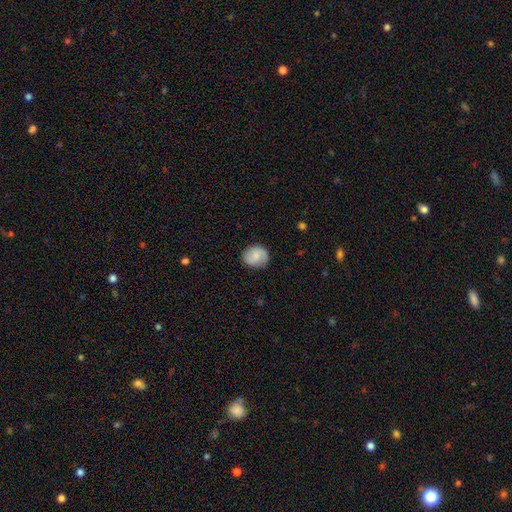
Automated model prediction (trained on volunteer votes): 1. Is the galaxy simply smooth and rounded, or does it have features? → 62% smooth, 30% featured or disk, 7% star or artifact.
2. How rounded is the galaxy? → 76% round, 23% in between, 1% cigar-shaped.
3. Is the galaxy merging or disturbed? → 82% none, 13% minor disturbance, 4% major disturbance, 1% merger.